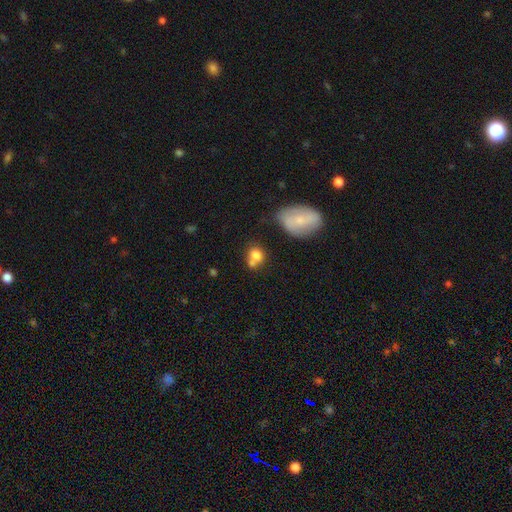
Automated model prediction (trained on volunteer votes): A smooth galaxy with no disk features (77%) that is round (62%). Merging: none (41%).